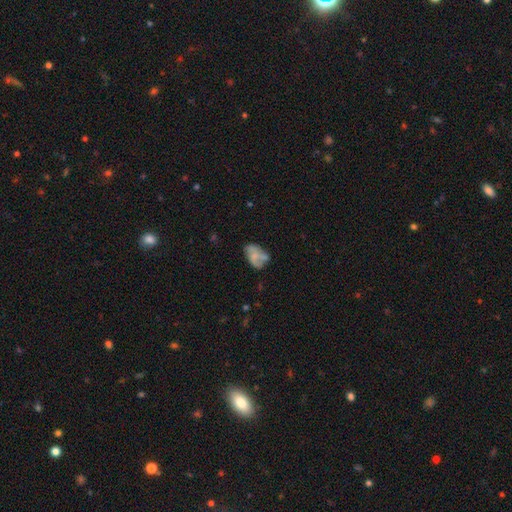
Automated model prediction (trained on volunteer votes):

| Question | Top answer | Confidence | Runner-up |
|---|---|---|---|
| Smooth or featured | smooth | 48% | featured or disk (43%) |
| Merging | none | 40% | minor disturbance (28%) |